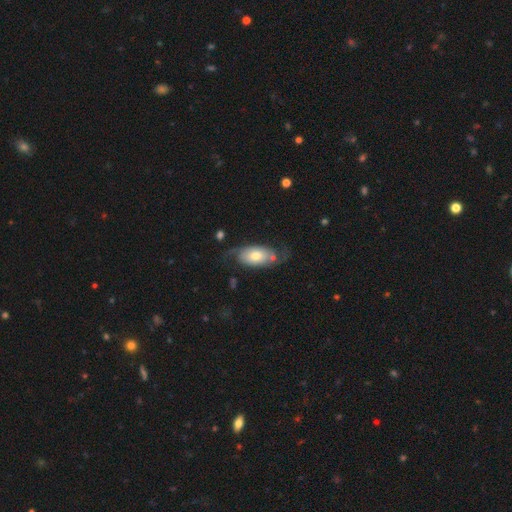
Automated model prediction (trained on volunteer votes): A featured or disk galaxy (58%) with no bar (73%), spiral arms (84%) and a moderate central bulge (54%).

Vote fractions:
- Smooth or featured? featured or disk: 58% / smooth: 35% / star or artifact: 7%
- Edge-on disk? no: 92% / yes: 8%
- Bar? no: 73% / weak: 20% / strong: 6%
- Spiral arms? yes: 84% / no: 16%
- Bulge size? moderate: 54% / small: 25% / large: 15% / dominant: 4% / none: 2%
- Merging? none: 58% / minor disturbance: 21% / major disturbance: 17% / merger: 4%